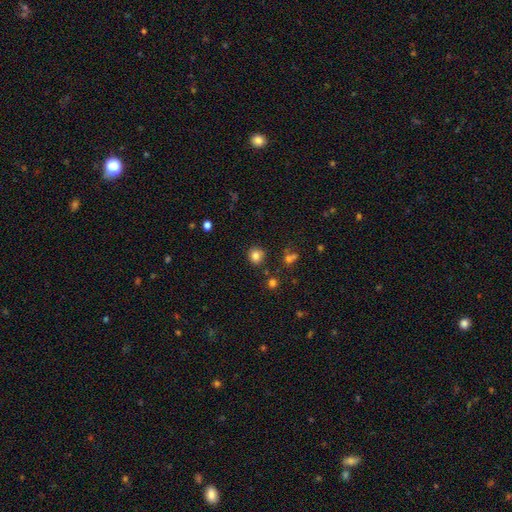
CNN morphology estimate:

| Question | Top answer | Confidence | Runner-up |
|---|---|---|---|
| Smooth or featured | smooth | 81% | star or artifact (13%) |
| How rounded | round | 87% | in between (12%) |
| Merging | none | 85% | minor disturbance (9%) |